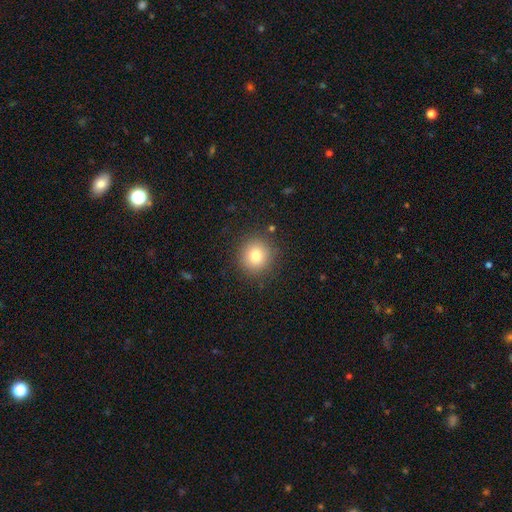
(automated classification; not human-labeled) This appears to be a smooth galaxy with no disk features (79%) that is round (92%). Merging: none (88%).